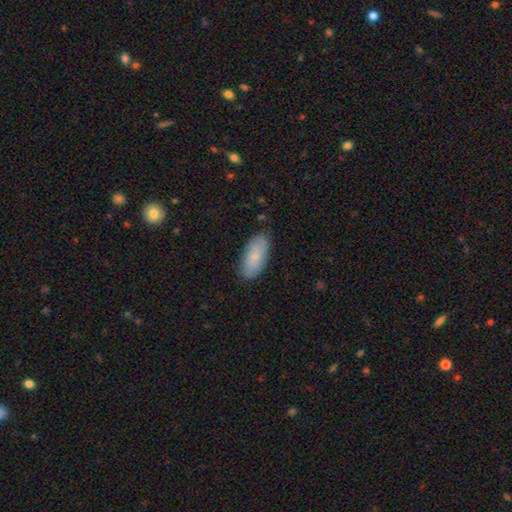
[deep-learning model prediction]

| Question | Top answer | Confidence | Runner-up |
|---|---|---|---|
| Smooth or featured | smooth | 81% | featured or disk (13%) |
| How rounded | in between | 89% | cigar-shaped (9%) |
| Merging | none | 85% | minor disturbance (12%) |